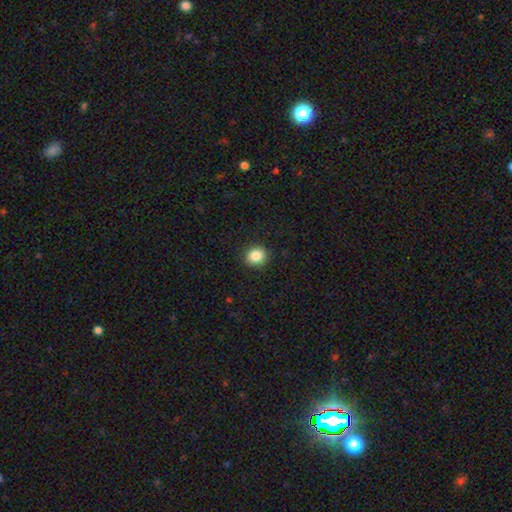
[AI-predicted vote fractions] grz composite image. It shows a smooth galaxy with no disk features (85%) that is round (81%). Merging: none (91%).